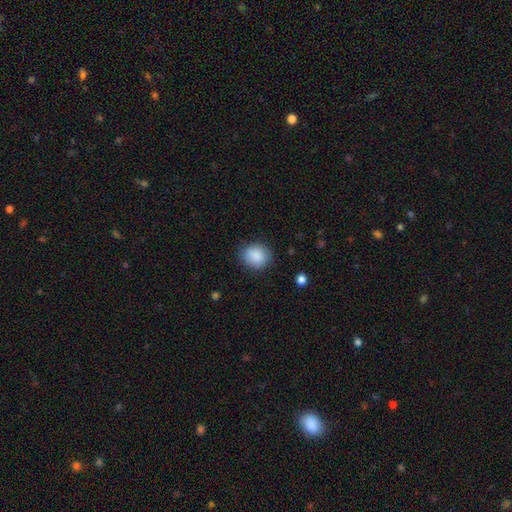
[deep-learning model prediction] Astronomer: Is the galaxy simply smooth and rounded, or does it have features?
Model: smooth — 88%.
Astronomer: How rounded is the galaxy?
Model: round — 67%.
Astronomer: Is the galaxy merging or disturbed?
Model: none — 83%.